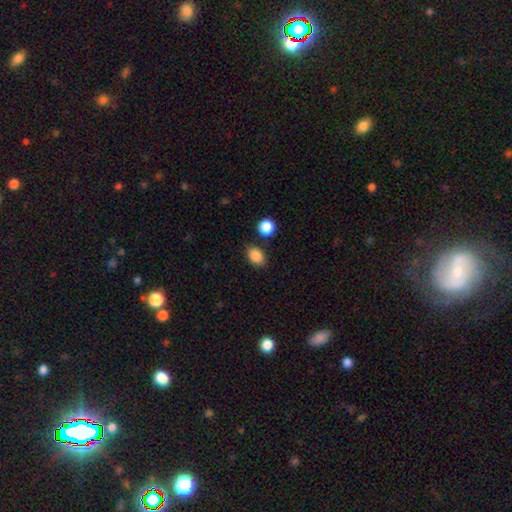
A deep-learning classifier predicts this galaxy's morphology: smooth_or_featured: smooth (p=0.87) [alt: star or artifact p=0.09]
how_rounded: in between (p=0.71) [alt: round p=0.28]
merging: none (p=0.79) [alt: minor disturbance p=0.12]